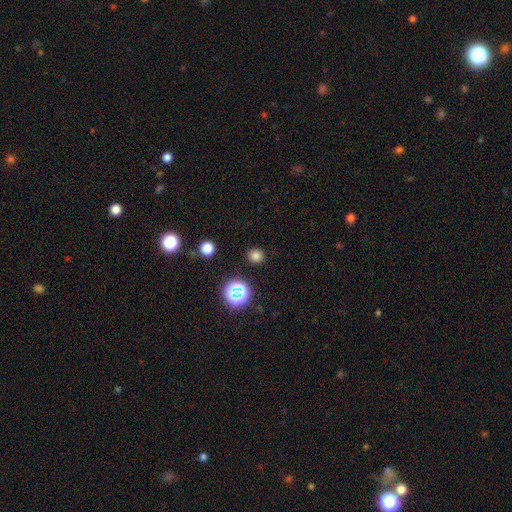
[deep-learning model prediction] smooth_or_featured: smooth (p=0.76) [alt: star or artifact p=0.19]
how_rounded: round (p=0.88) [alt: in between p=0.11]
merging: none (p=0.89) [alt: minor disturbance p=0.07]